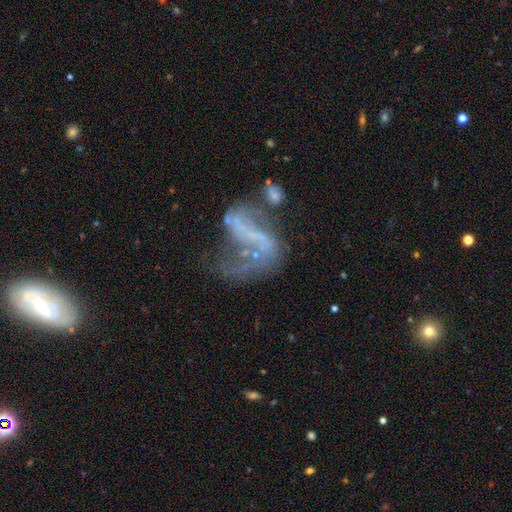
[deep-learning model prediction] Morphology: type=featured or disk (77%); edge-on=no (97%); bar=no (35%); spiral arms=yes (71%); winding=loose (76%); arm count=2 (70%); bulge=none (67%); merging=major disturbance (37%).